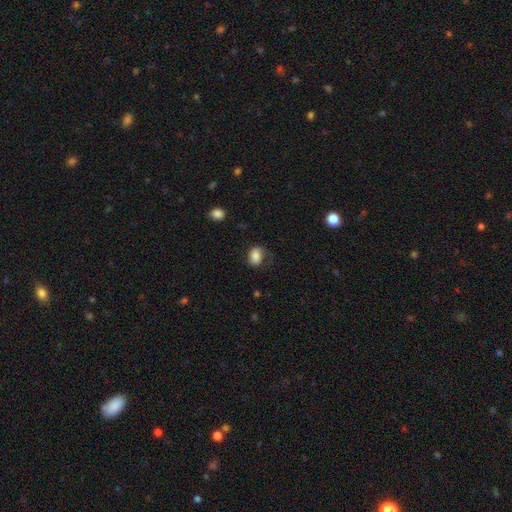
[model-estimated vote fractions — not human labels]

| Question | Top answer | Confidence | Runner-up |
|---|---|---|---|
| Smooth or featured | smooth | 75% | featured or disk (16%) |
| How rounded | in between | 71% | round (28%) |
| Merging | none | 51% | minor disturbance (26%) |